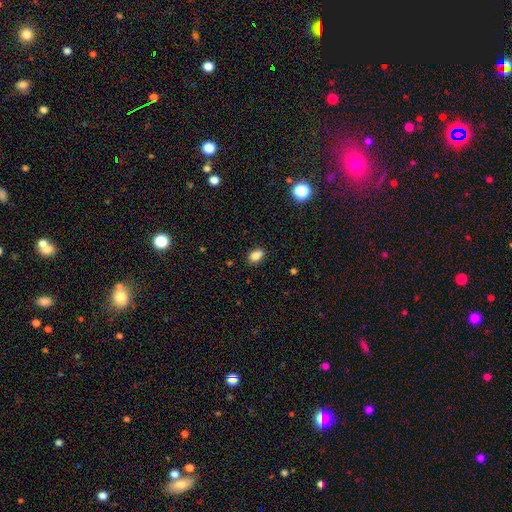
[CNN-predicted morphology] Smooth or featured? Predicted: smooth (p=0.82). How rounded? Predicted: in between (p=0.78). Merging? Predicted: none (p=0.72).